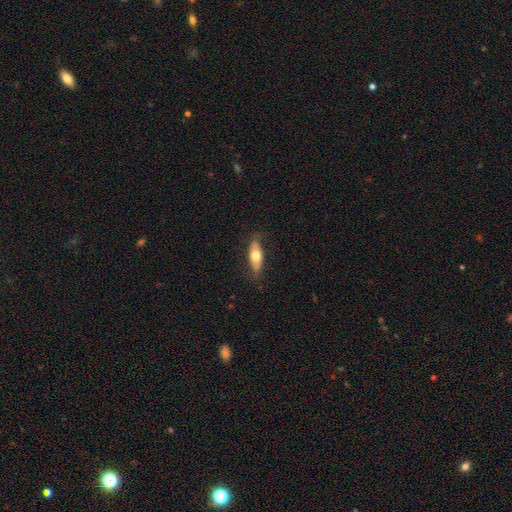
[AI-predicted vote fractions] smooth 62%, featured or disk 32%, star or artifact 6%. Down the decision tree: how rounded — in between (77%); merging — none (77%).